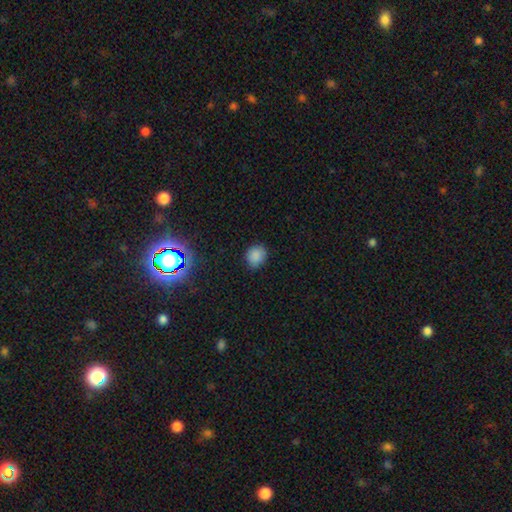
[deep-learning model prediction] Q: Smooth or featured?
A: smooth (84%); runner-up: star or artifact (12%)
Q: How rounded?
A: round (74%); runner-up: in between (25%)
Q: Merging?
A: none (85%); runner-up: minor disturbance (11%)